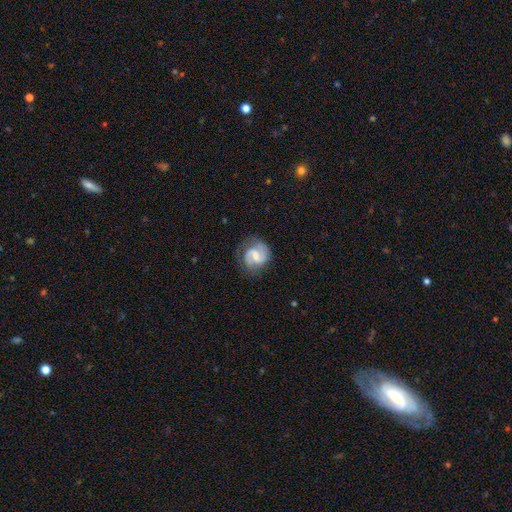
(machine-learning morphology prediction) Q: Smooth or featured?
A: featured or disk (78%); runner-up: smooth (16%)
Q: Edge-on disk?
A: no (98%); runner-up: yes (2%)
Q: Bar?
A: weak (58%); runner-up: strong (21%)
Q: Spiral arms?
A: yes (95%); runner-up: no (5%)
Q: Spiral winding?
A: medium (48%); runner-up: tight (31%)
Q: Spiral arm count?
A: 2 (82%); runner-up: 1 (7%)
Q: Bulge size?
A: small (45%); runner-up: moderate (34%)
Q: Merging?
A: none (71%); runner-up: minor disturbance (18%)